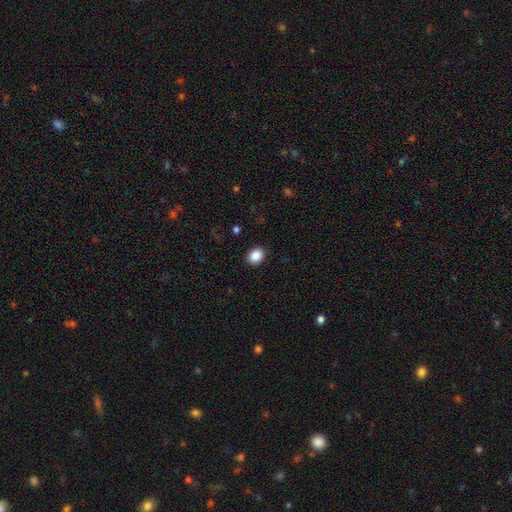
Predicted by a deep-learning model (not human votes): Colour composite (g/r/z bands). It shows a smooth galaxy with no disk features (88%) that is round (52%). Merging: none (90%).